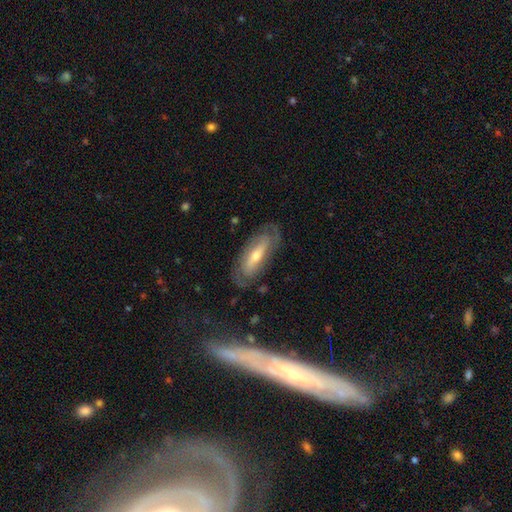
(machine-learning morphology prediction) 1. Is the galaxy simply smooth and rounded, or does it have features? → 66% featured or disk, 27% smooth, 7% star or artifact.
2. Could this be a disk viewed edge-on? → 78% no, 22% yes.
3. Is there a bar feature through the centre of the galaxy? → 39% no, 31% weak, 30% strong.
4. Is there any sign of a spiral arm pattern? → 75% yes, 25% no.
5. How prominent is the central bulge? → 53% moderate, 41% small, 4% large, 1% none, 1% dominant.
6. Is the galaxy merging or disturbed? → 74% none, 17% minor disturbance, 8% major disturbance, 2% merger.